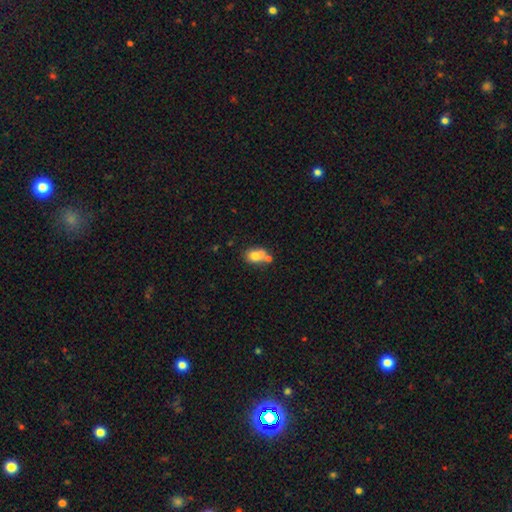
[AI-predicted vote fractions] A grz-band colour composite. It shows a smooth galaxy with no disk features (73%) that is in between round and cigar-shaped (69%). Merging: merger (39%, tied with none).